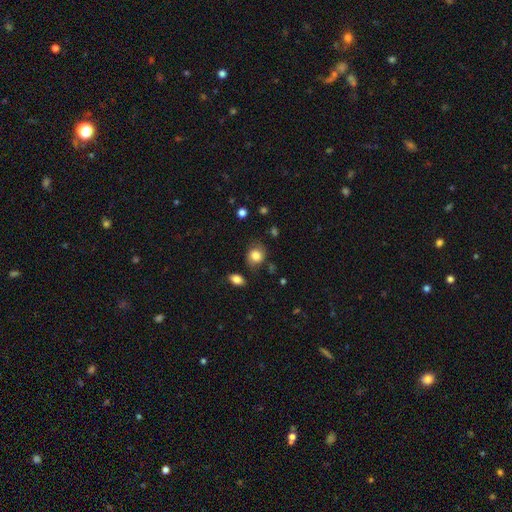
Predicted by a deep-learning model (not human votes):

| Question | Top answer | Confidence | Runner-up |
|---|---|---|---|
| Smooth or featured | smooth | 80% | featured or disk (11%) |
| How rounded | round | 71% | in between (28%) |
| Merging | none | 68% | minor disturbance (21%) |